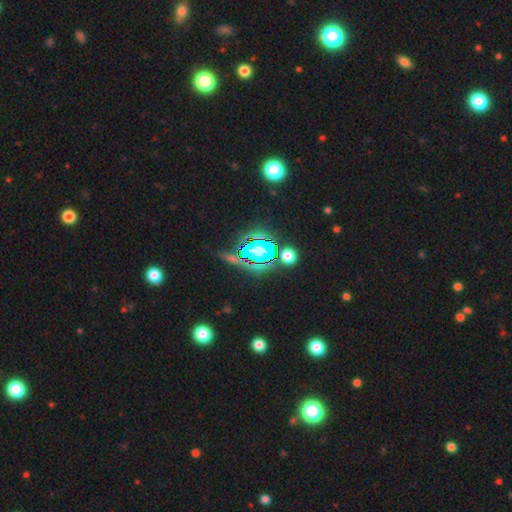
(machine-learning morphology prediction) A star or artifact, not a galaxy (81%).

Vote fractions:
- Smooth or featured? star or artifact: 81% / smooth: 10% / featured or disk: 8%